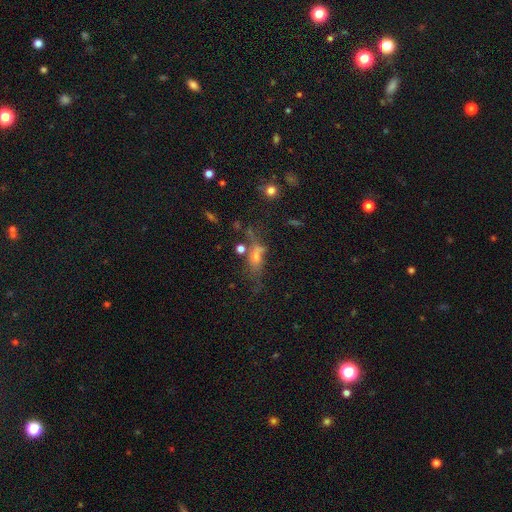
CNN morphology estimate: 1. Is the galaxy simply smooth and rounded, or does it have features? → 41% smooth, 36% featured or disk, 23% star or artifact.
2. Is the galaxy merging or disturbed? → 42% none, 23% major disturbance, 21% minor disturbance, 14% merger.